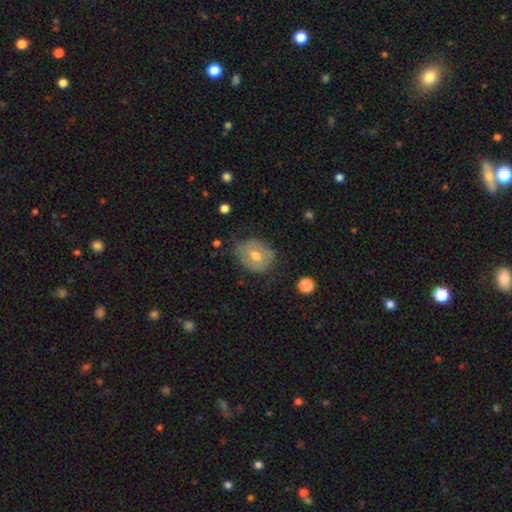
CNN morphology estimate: Smooth or featured: smooth — 49% (featured or disk — 44%)
Merging: none — 64% (minor disturbance — 27%)